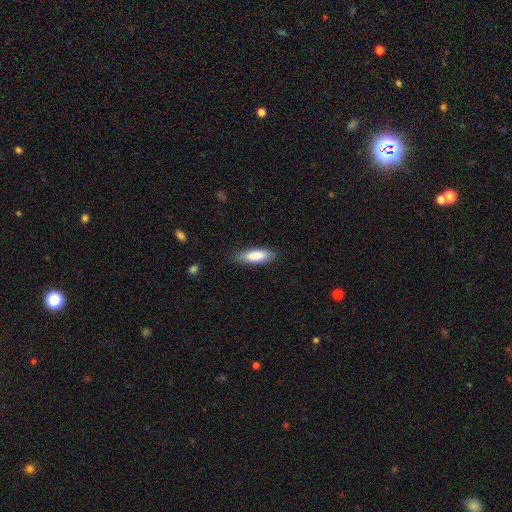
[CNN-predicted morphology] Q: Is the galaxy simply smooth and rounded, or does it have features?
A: smooth — 85%.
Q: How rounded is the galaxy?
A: in between — 51%.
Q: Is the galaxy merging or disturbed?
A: none — 83%.